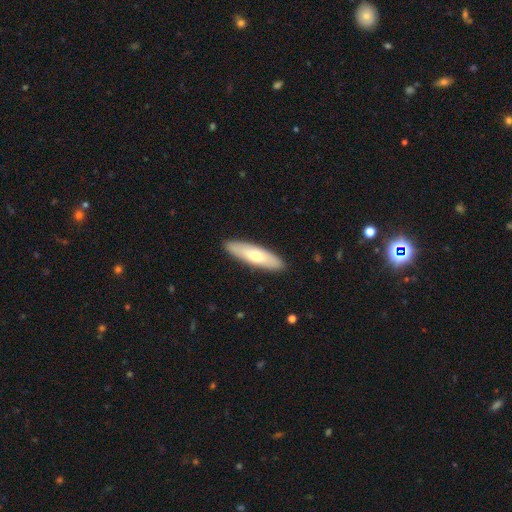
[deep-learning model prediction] smooth_or_featured: smooth (p=0.64) [alt: featured or disk p=0.31]
how_rounded: cigar-shaped (p=0.63) [alt: in between p=0.35]
merging: none (p=0.90) [alt: minor disturbance p=0.08]